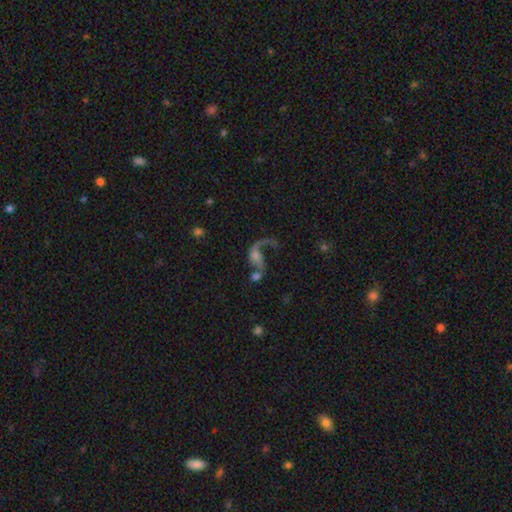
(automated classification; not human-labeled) A featured or disk galaxy (70%) with no bar (66%), 1 (53%) loose (84%) spiral arms (82%) and a moderate central bulge (36%, tied with small). Merging: major disturbance (32%).